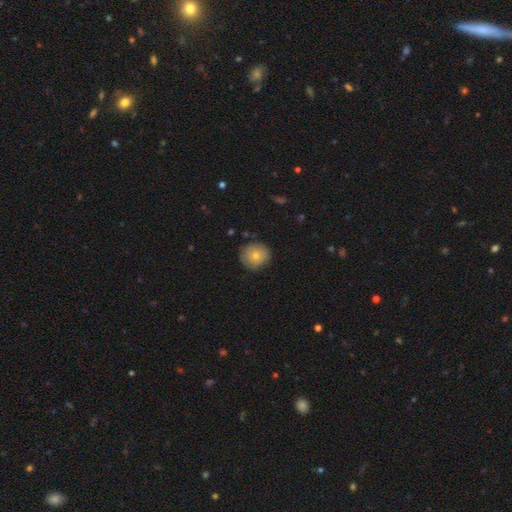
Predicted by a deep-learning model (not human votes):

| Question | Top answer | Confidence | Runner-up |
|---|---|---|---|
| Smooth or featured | smooth | 74% | featured or disk (18%) |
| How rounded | round | 87% | in between (12%) |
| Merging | none | 80% | minor disturbance (16%) |